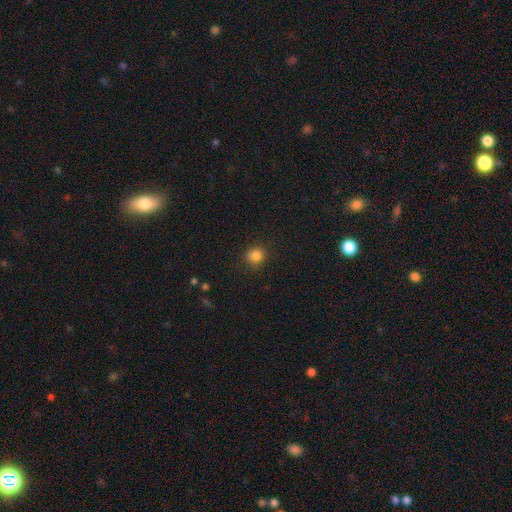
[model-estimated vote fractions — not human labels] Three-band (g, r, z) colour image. It shows a smooth galaxy with no disk features (83%) that is round (80%). Merging: none (83%).